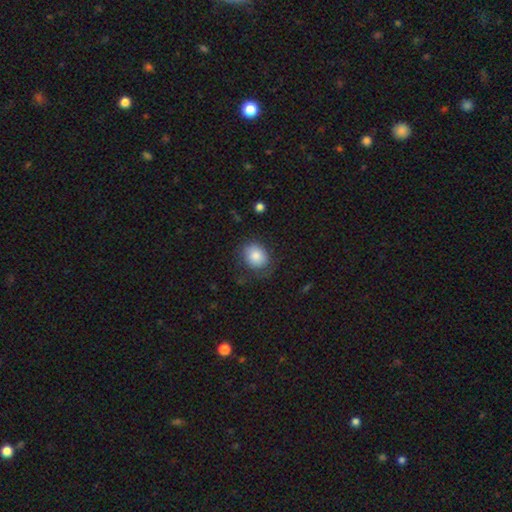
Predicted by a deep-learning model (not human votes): Smooth or featured? Predicted: smooth (p=0.83). How rounded? Predicted: round (p=0.57). Merging? Predicted: none (p=0.72).